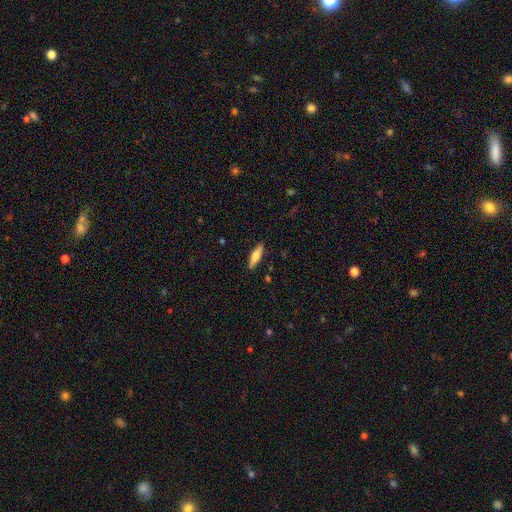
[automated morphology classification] Overall: smooth (62%; featured or disk 32%). How rounded: cigar-shaped (62%; in between 36%). Merging: none (89%).